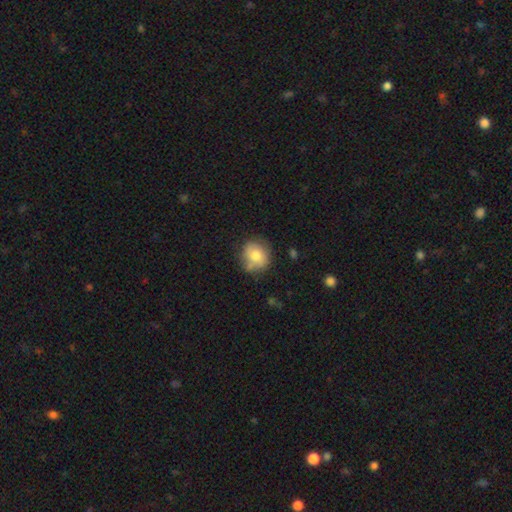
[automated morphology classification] A smooth galaxy with no disk features (74%) that is round (83%). Merging: none (70%).